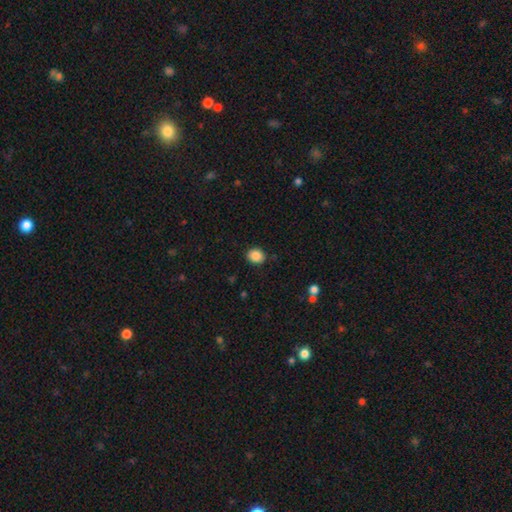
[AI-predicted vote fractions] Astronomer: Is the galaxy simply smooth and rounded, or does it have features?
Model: smooth — 87%.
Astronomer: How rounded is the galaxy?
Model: round — 63%.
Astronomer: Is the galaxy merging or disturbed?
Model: none — 88%.